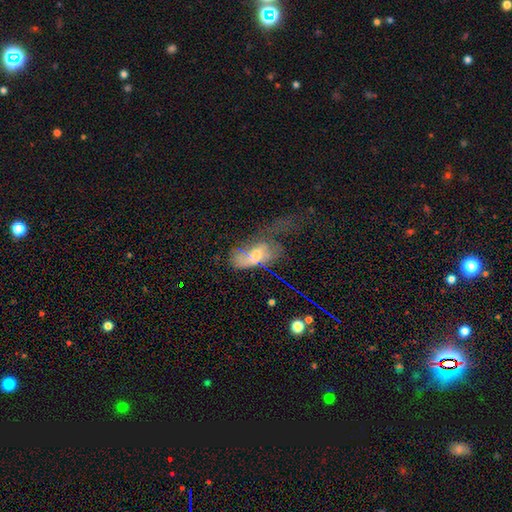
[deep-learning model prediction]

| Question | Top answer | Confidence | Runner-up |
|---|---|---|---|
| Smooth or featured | smooth | 49% | featured or disk (38%) |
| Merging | major disturbance | 58% | minor disturbance (17%) |